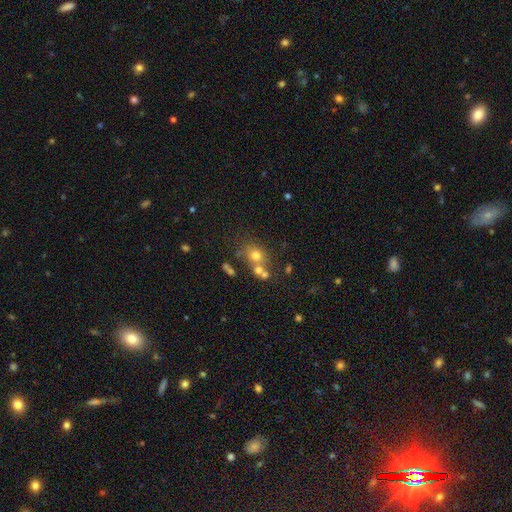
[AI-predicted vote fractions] A smooth galaxy with no disk features (60%) that is round (73%).

Vote fractions:
- Smooth or featured? smooth: 60% / star or artifact: 22% / featured or disk: 18%
- How rounded? round: 73% / in between: 26% / cigar-shaped: 1%
- Merging? none: 48% / merger: 35% / minor disturbance: 10% / major disturbance: 6%